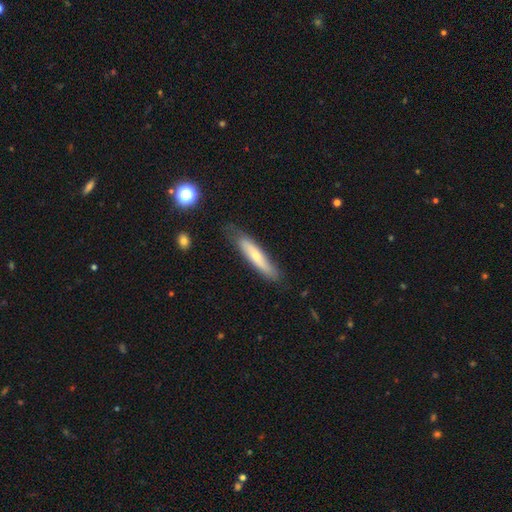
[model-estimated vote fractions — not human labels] Smooth or featured?
  - smooth: 58% *
  - featured or disk: 36%
  - star or artifact: 6%
How rounded?
  - cigar-shaped: 84% *
  - in between: 14%
  - round: 1%
Merging?
  - none: 70% *
  - minor disturbance: 23%
  - major disturbance: 5%
  - merger: 2%